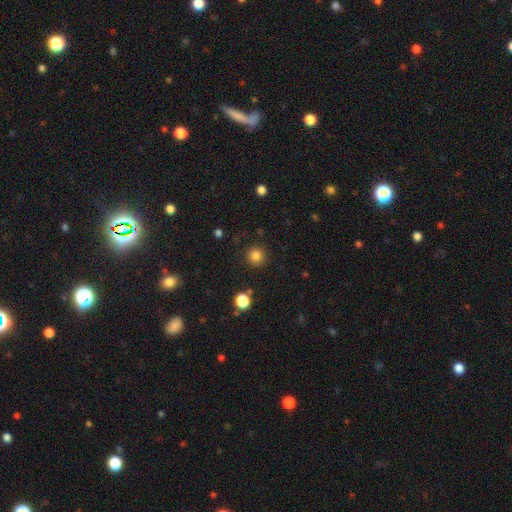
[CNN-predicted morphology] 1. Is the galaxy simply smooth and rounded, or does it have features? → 82% smooth, 13% star or artifact, 5% featured or disk.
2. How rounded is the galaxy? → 95% round, 4% in between, 1% cigar-shaped.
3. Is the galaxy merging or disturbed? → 90% none, 6% minor disturbance, 2% major disturbance, 2% merger.